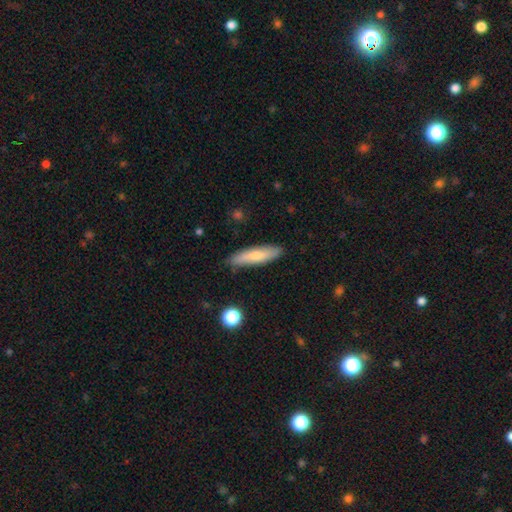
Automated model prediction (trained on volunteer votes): Overall: smooth (68%). How rounded: cigar-shaped (75%). Merging: none (85%).